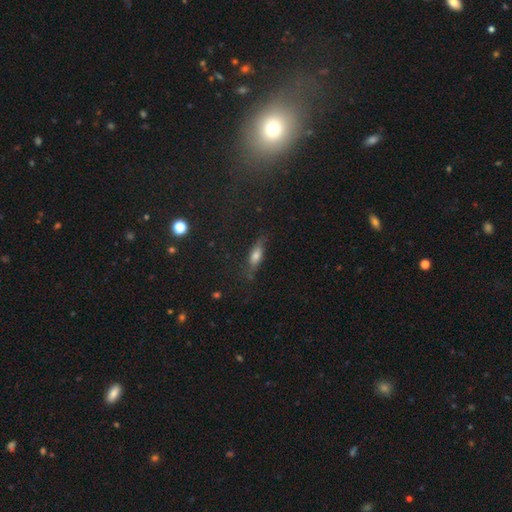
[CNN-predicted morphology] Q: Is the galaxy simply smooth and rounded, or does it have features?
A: smooth — 57%.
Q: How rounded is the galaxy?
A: cigar-shaped — 50%.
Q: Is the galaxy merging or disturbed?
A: none — 72%.